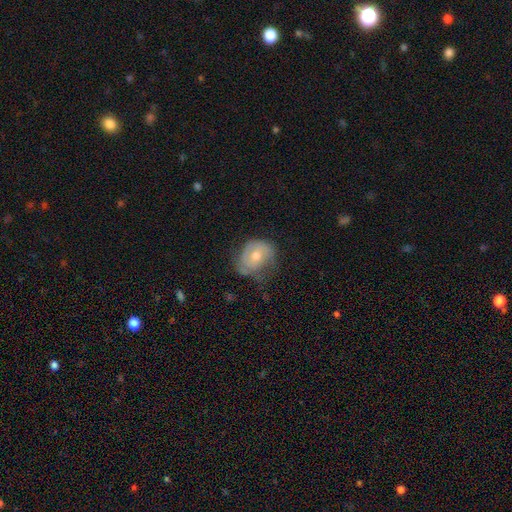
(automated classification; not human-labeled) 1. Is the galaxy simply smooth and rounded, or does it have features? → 55% featured or disk, 38% smooth, 8% star or artifact.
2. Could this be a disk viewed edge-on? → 96% no, 4% yes.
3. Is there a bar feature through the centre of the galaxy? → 74% no, 22% weak, 4% strong.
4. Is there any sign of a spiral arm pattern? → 71% yes, 29% no.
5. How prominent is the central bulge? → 66% moderate, 28% small, 4% large, 1% none, 1% dominant.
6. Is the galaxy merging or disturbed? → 51% none, 32% minor disturbance, 16% major disturbance, 2% merger.